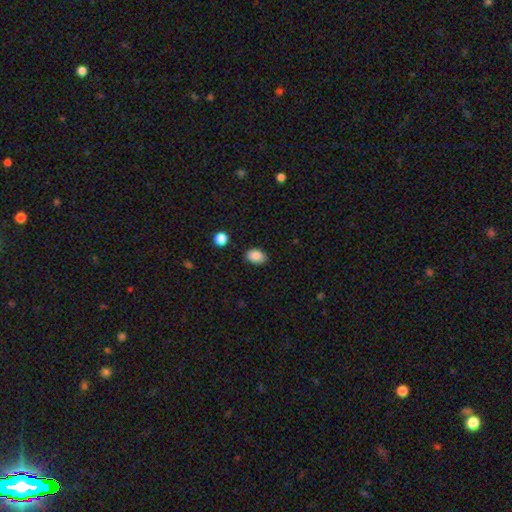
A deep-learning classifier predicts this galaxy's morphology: The model was most divided on "how rounded": in between: 83%, round: 16%, cigar-shaped: 1%. More confident: smooth or featured — smooth (87%); merging — none (85%).